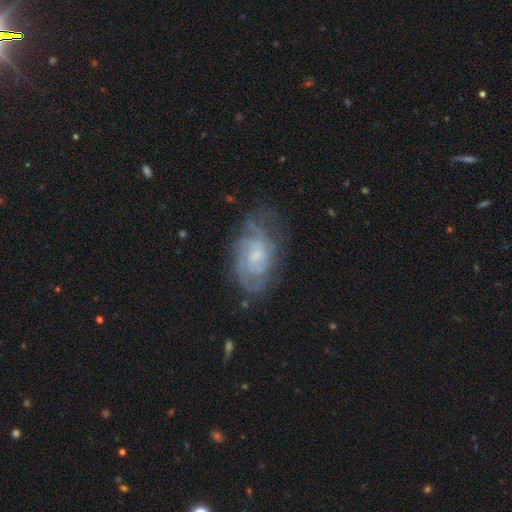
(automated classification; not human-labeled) A featured or disk galaxy (78%) with no bar (56%), tight (55%) spiral arms (91%) and a small central bulge (44%). Merging: none (61%).